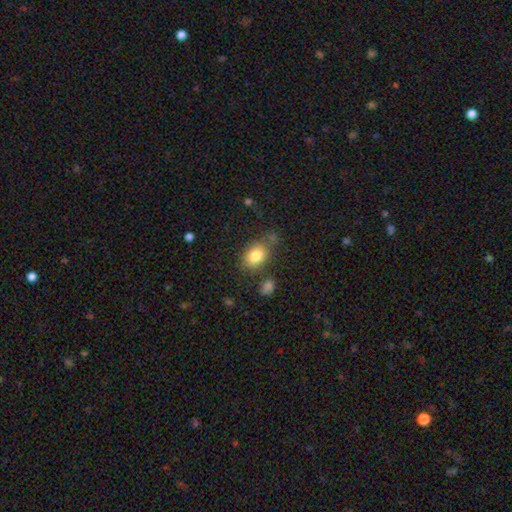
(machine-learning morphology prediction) This is clearly a smooth galaxy (82%). How rounded: likely in between (74%). Merging: likely none (66%).